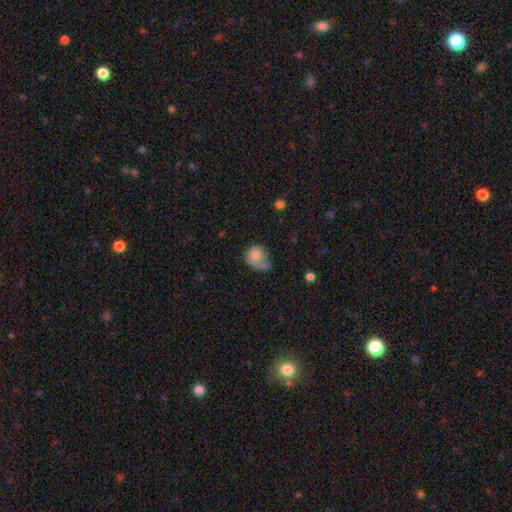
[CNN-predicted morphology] This is likely a smooth galaxy (76%). How rounded: likely round (61%). Merging: marginally none (30%).